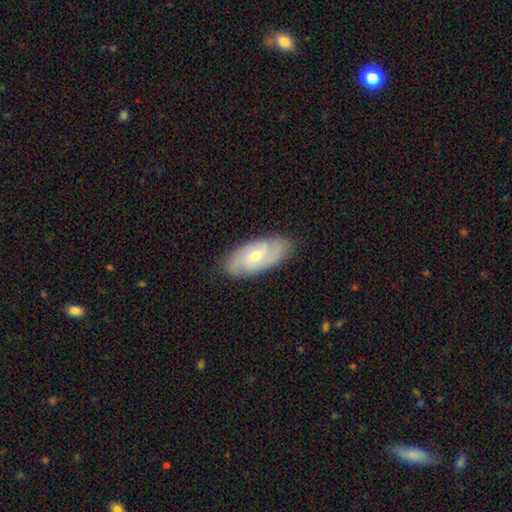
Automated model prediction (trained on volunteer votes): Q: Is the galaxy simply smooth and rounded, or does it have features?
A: featured or disk — 58%.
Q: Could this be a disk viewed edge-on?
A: no — 90%.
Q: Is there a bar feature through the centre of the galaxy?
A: no — 54%.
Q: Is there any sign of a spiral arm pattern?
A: yes — 84%.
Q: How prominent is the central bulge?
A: small — 52%.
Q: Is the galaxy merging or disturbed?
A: none — 83%.